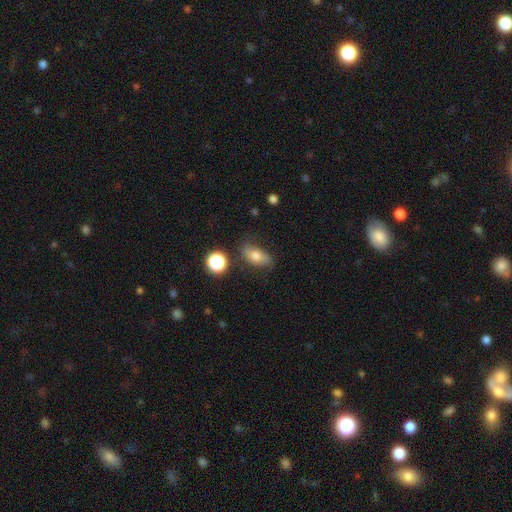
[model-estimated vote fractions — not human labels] Overall: smooth (71%). How rounded: in between (84%). Merging: none (71%).